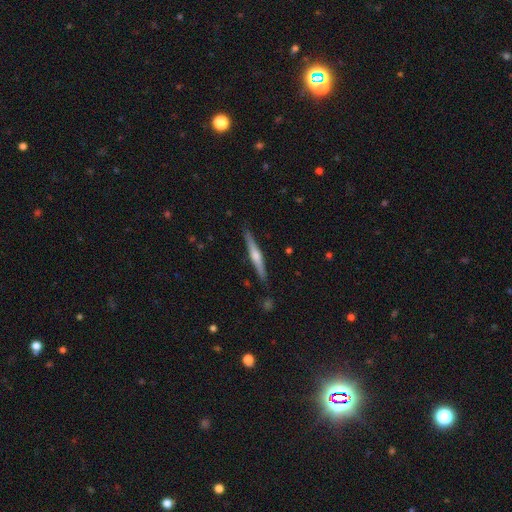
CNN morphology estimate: smooth-or-featured: featured or disk: 66% | smooth: 28% | star or artifact: 6%
  disk-edge-on: yes: 98% | no: 2%
    edge-on-bulge: rounded: 84% | none: 9% | boxy: 7%
  merging: none: 89% | minor disturbance: 9% | major disturbance: 2% | merger: 1%